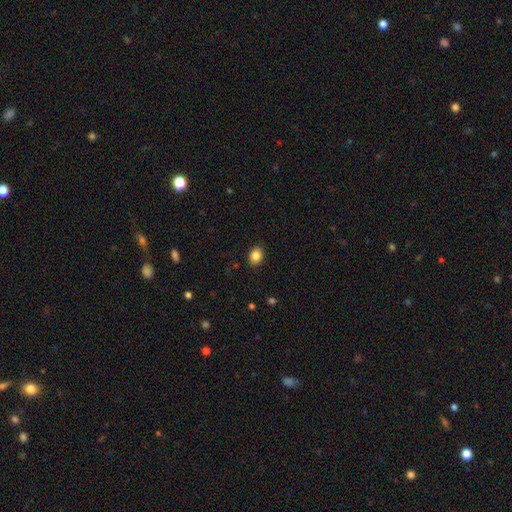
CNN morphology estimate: smooth_or_featured: smooth (p=0.85) [alt: star or artifact p=0.09]
how_rounded: in between (p=0.59) [alt: round p=0.40]
merging: none (p=0.88) [alt: minor disturbance p=0.09]